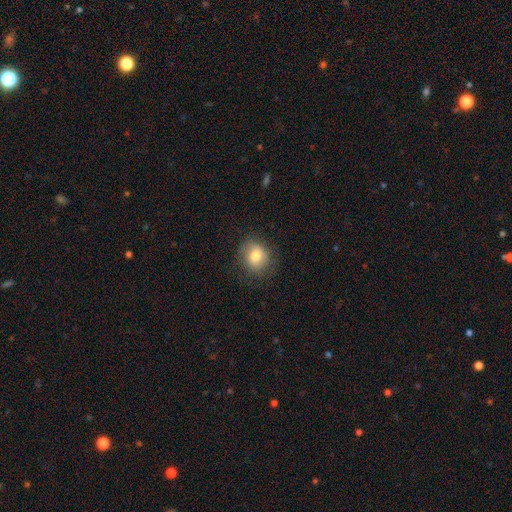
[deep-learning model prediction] smooth_or_featured: smooth (p=0.77) [alt: featured or disk p=0.14]
how_rounded: round (p=0.69) [alt: in between p=0.30]
merging: none (p=0.77) [alt: minor disturbance p=0.16]